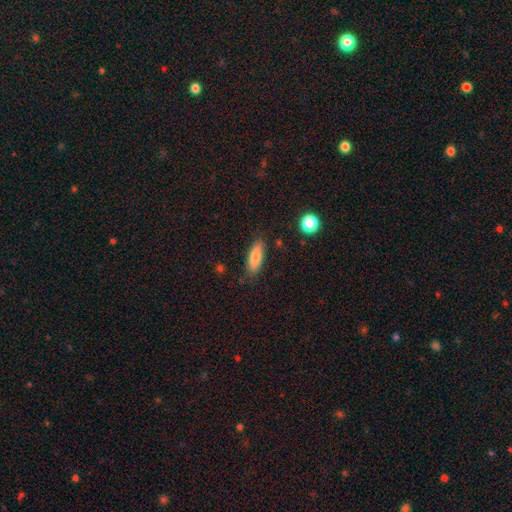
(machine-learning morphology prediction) Smooth or featured? Predicted: smooth (p=0.81). How rounded? Predicted: in between (p=0.55). Merging? Predicted: none (p=0.83).